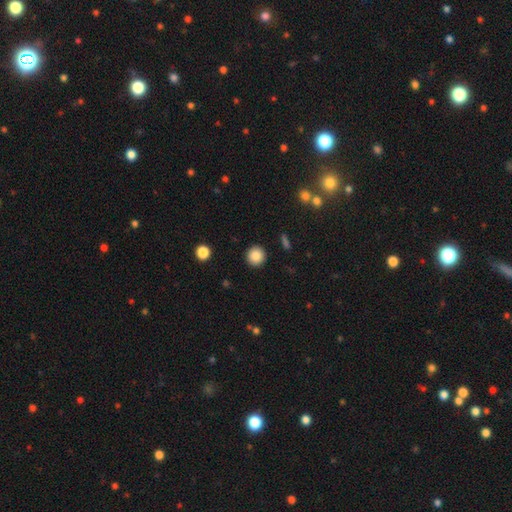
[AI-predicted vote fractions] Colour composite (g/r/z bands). It shows a smooth galaxy with no disk features (86%) that is round (94%). Merging: none (92%).